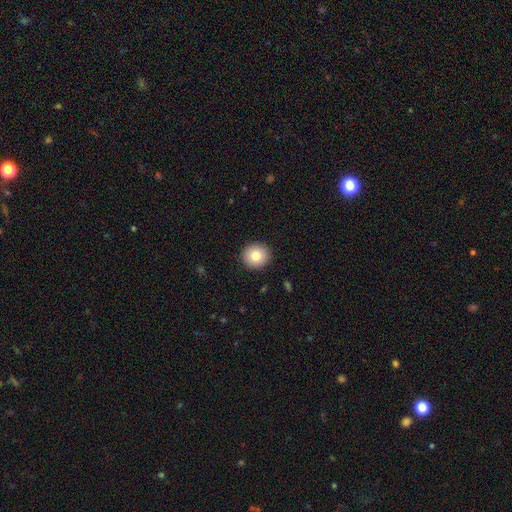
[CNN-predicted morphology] A smooth galaxy with no disk features (82%) that is round (91%). Merging: none (92%).